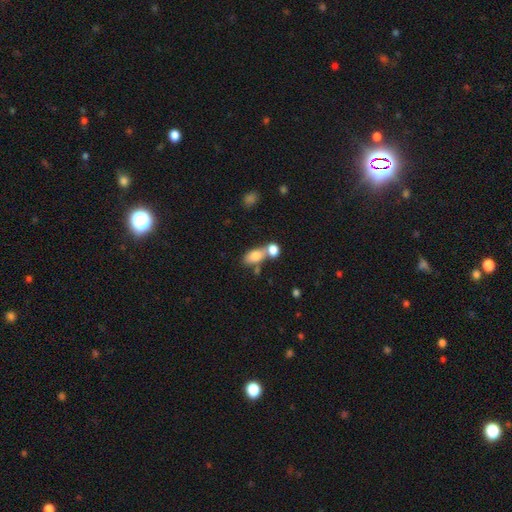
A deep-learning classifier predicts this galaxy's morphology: type=smooth (79%); roundness=in between (84%); merging=merger (52%).